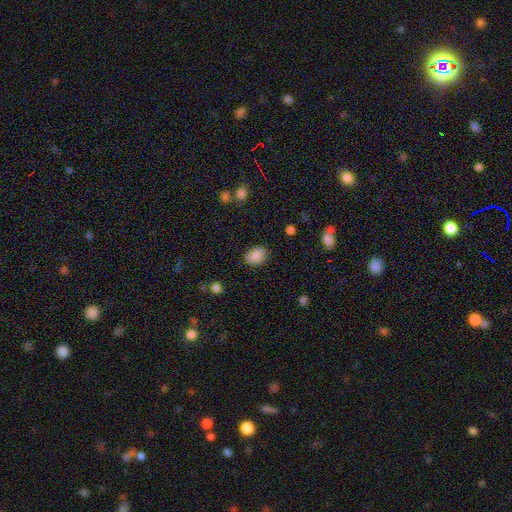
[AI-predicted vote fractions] Q: Smooth or featured?
A: smooth (84%); runner-up: star or artifact (9%)
Q: How rounded?
A: in between (64%); runner-up: round (35%)
Q: Merging?
A: none (80%); runner-up: minor disturbance (15%)